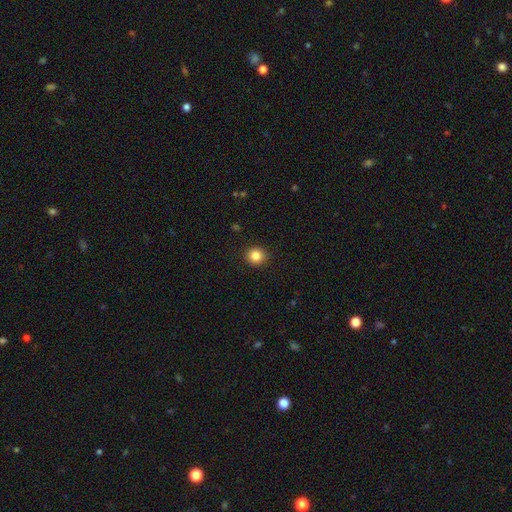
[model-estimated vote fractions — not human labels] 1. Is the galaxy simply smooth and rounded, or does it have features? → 85% smooth, 11% star or artifact, 5% featured or disk.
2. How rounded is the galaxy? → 90% round, 9% in between, 1% cigar-shaped.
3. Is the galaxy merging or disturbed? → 92% none, 5% minor disturbance, 2% major disturbance, 1% merger.